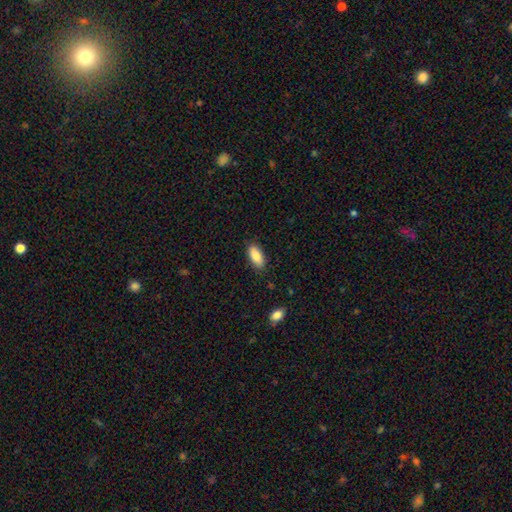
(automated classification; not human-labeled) The model was most divided on "how rounded": in between: 85%, cigar-shaped: 13%, round: 2%. More confident: smooth or featured — smooth (86%); merging — none (86%).